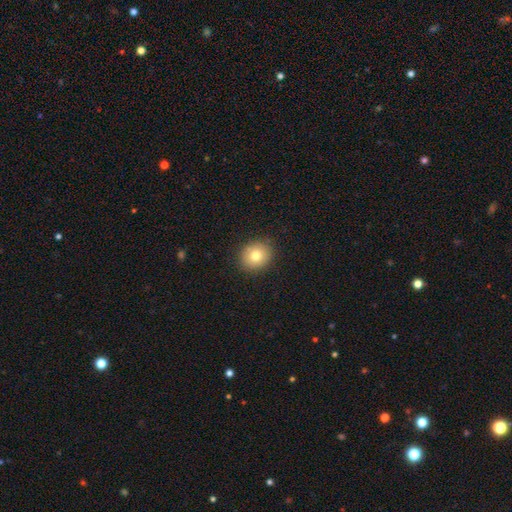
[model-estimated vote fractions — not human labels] A smooth galaxy with no disk features (78%) that is round (77%).

Vote fractions:
- Smooth or featured? smooth: 78% / featured or disk: 12% / star or artifact: 11%
- How rounded? round: 77% / in between: 22% / cigar-shaped: 1%
- Merging? none: 89% / minor disturbance: 8% / major disturbance: 2% / merger: 1%